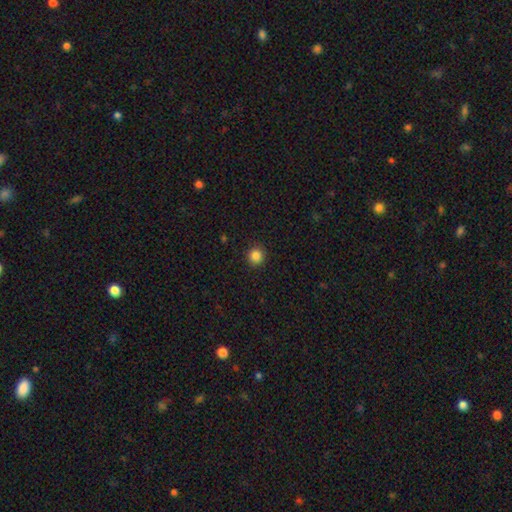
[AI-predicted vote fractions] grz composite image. It shows a smooth galaxy with no disk features (85%) that is round (93%). Merging: none (92%).